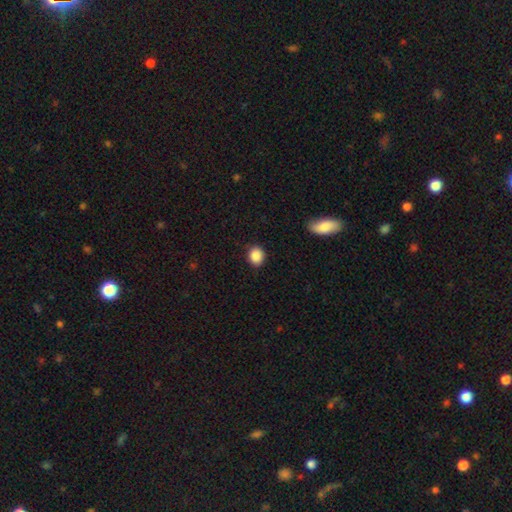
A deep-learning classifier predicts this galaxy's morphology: Q: Smooth or featured?
A: smooth (89%); runner-up: star or artifact (9%)
Q: How rounded?
A: round (64%); runner-up: in between (35%)
Q: Merging?
A: none (88%); runner-up: minor disturbance (9%)